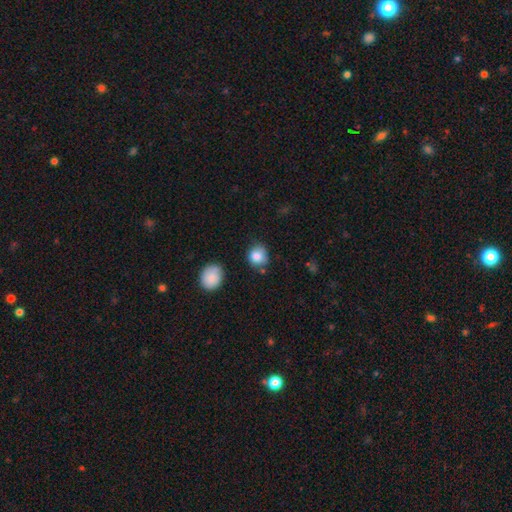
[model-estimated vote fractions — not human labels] Smooth or featured: smooth — 84% (star or artifact — 9%)
How rounded: round — 78% (in between — 21%)
Merging: none — 68% (minor disturbance — 22%)